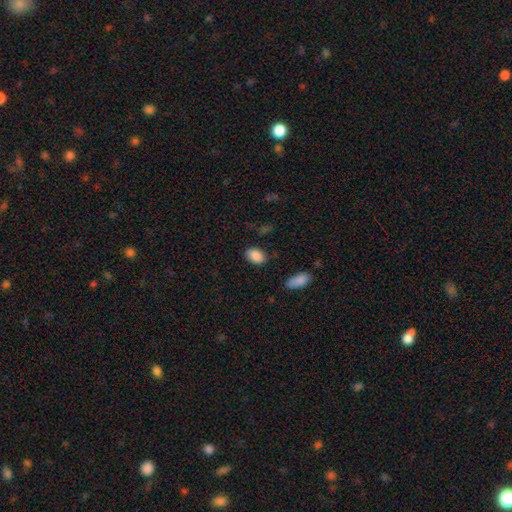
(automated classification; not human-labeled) smooth 88%, star or artifact 8%, featured or disk 4%. Down the decision tree: how rounded — in between (85%); merging — none (80%).